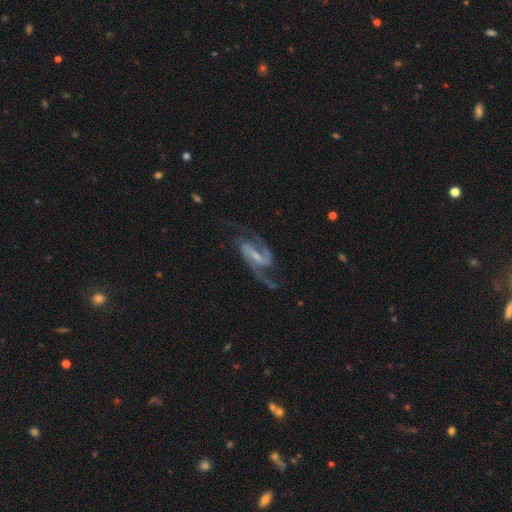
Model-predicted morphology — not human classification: smooth_or_featured: featured or disk (p=0.91) [alt: star or artifact p=0.05]
disk_edge_on: no (p=0.97) [alt: yes p=0.03]
bar: strong (p=0.55) [alt: weak p=0.35]
has_spiral_arms: yes (p=0.98) [alt: no p=0.02]
spiral_winding: medium (p=0.53) [alt: loose p=0.35]
spiral_arm_count: 2 (p=0.92) [alt: can't tell p=0.02]
bulge_size: small (p=0.49) [alt: moderate p=0.24]
merging: none (p=0.70) [alt: minor disturbance p=0.15]